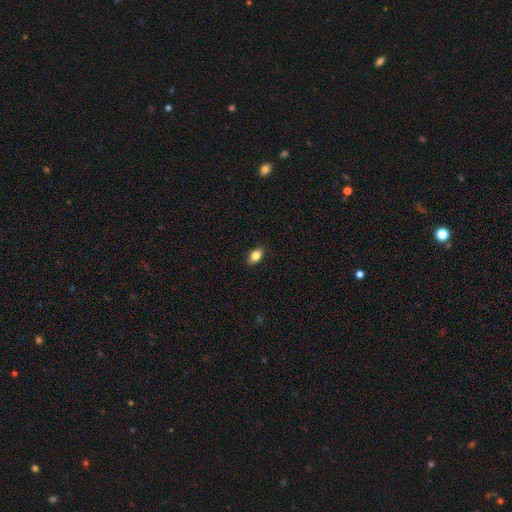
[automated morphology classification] smooth-or-featured: smooth: 82% | featured or disk: 10% | star or artifact: 8%
  how-rounded: in between: 87% | round: 9% | cigar-shaped: 4%
  merging: none: 89% | minor disturbance: 8% | major disturbance: 2% | merger: 1%